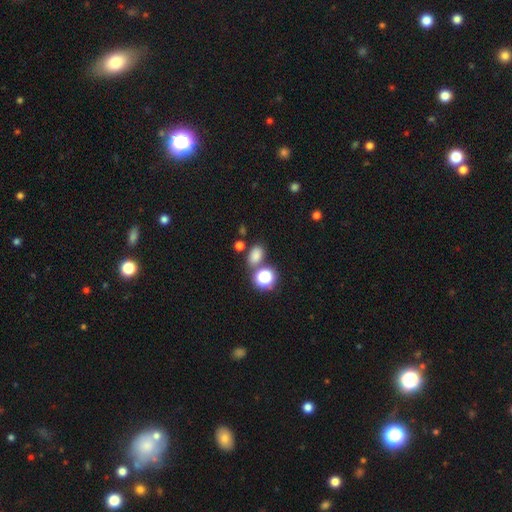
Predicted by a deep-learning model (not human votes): smooth-or-featured: smooth: 75% | star or artifact: 19% | featured or disk: 6%
  how-rounded: in between: 69% | round: 29% | cigar-shaped: 1%
  merging: none: 70% | merger: 15% | minor disturbance: 11% | major disturbance: 4%